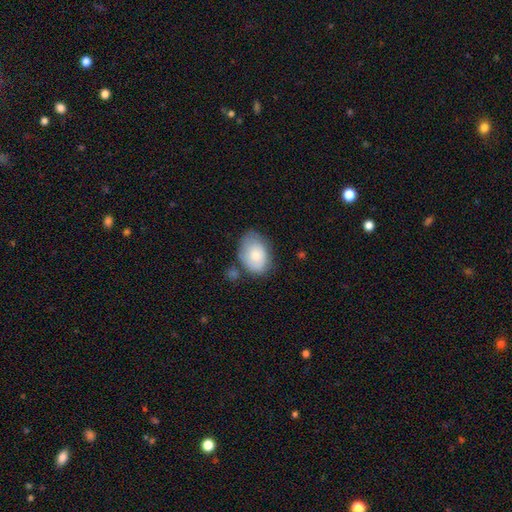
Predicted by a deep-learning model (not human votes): A smooth galaxy with no disk features (79%) that is in between round and cigar-shaped (83%). Merging: none (60%).